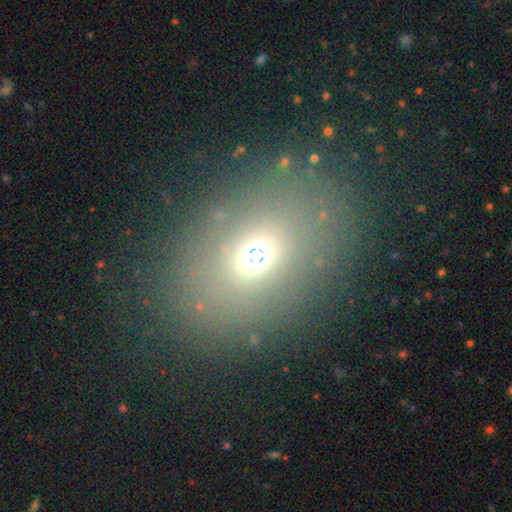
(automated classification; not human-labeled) The model was most divided on "how rounded": in between: 69%, round: 29%, cigar-shaped: 2%. More confident: merging — none (78%); smooth or featured — smooth (63%).